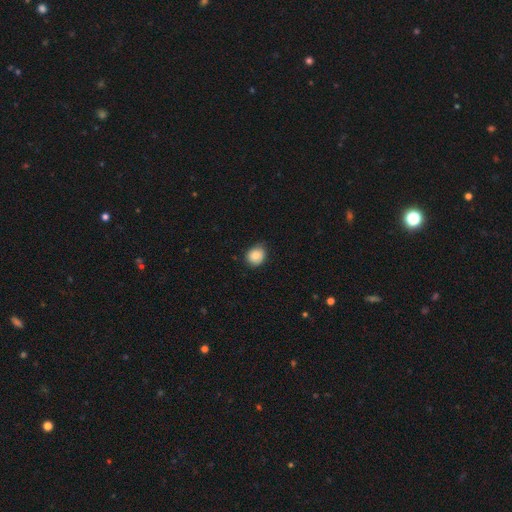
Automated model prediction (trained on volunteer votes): Smooth or featured: smooth — 85% (star or artifact — 8%)
How rounded: round — 74% (in between — 25%)
Merging: none — 75% (minor disturbance — 21%)